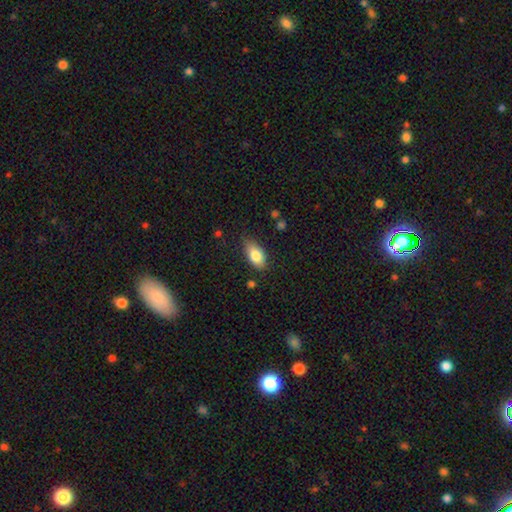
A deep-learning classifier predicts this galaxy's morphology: Smooth or featured? smooth (82%)
How rounded? in between (89%)
Merging? none (78%)